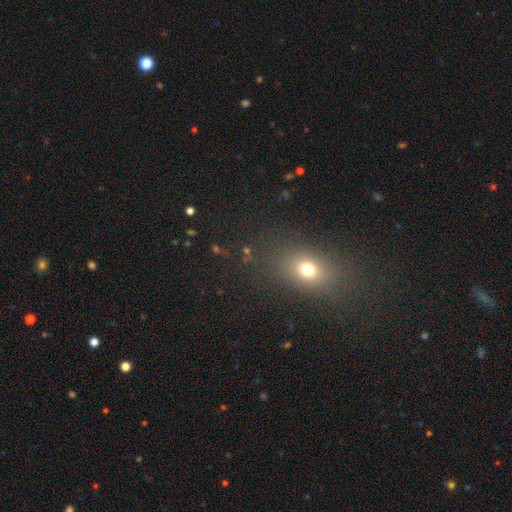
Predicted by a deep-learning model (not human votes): The model was most divided on "how rounded": in between: 59%, round: 36%, cigar-shaped: 5%. More confident: merging — none (86%); smooth or featured — smooth (58%).